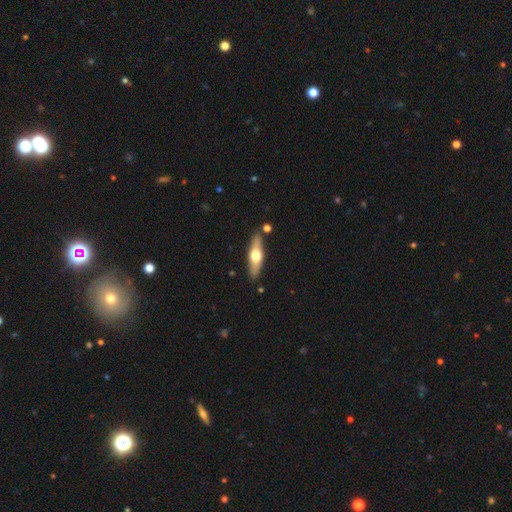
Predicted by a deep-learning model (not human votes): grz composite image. It shows a featured or disk galaxy (52%) viewed edge-on (88%). Merging: none (85%).